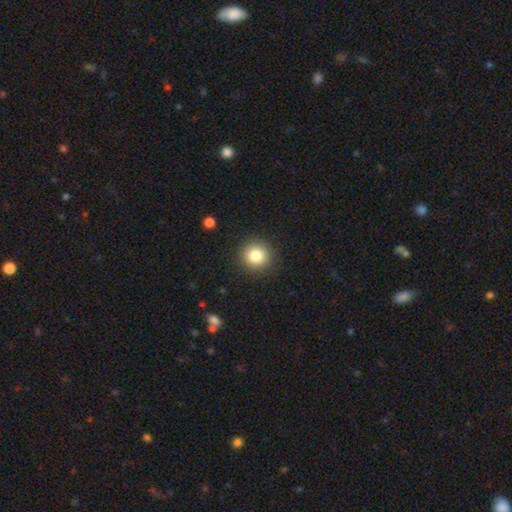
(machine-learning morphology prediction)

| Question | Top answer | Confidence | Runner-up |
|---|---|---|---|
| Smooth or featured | smooth | 82% | star or artifact (11%) |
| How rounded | round | 93% | in between (6%) |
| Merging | none | 90% | minor disturbance (7%) |